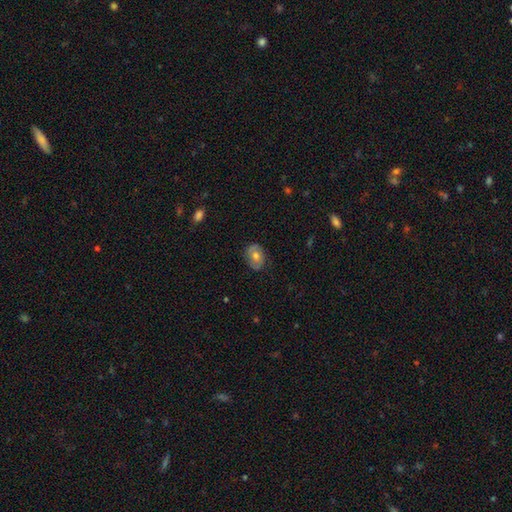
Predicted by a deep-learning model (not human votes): A smooth galaxy with no disk features (57%) that is in between round and cigar-shaped (62%).

Vote fractions:
- Smooth or featured? smooth: 57% / featured or disk: 34% / star or artifact: 9%
- How rounded? in between: 62% / round: 37% / cigar-shaped: 1%
- Merging? none: 79% / minor disturbance: 16% / major disturbance: 4% / merger: 1%